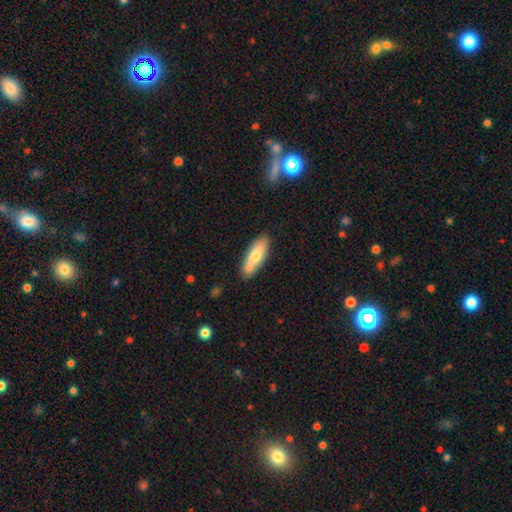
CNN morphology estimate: Smooth or featured? smooth (67%)
How rounded? in between (57%)
Merging? none (75%)